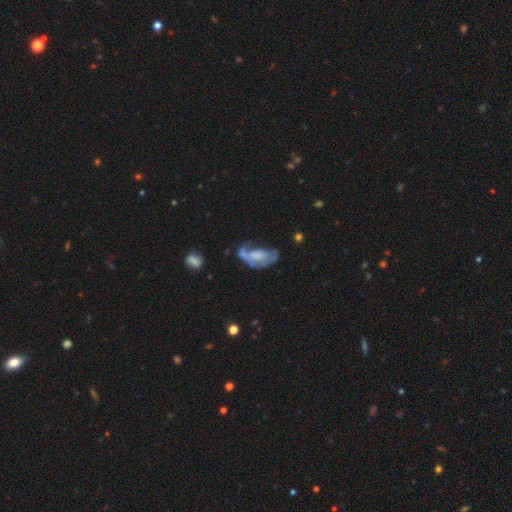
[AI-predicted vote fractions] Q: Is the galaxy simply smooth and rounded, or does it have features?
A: featured or disk — 55%.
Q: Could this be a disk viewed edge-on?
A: no — 93%.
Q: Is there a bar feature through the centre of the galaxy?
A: no — 70%.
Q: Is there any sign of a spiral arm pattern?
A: yes — 53%.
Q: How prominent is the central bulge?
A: none — 36%.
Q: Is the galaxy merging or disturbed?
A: major disturbance — 37%.